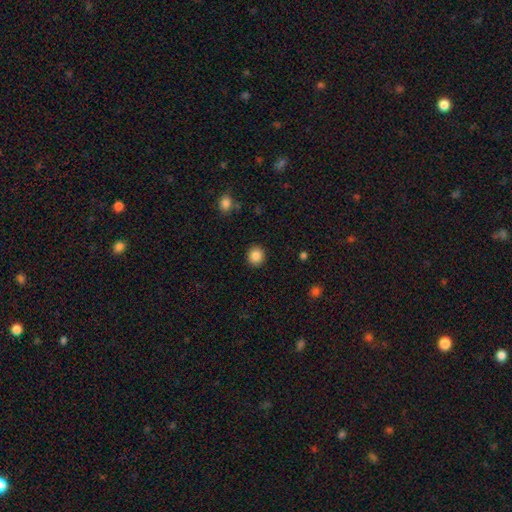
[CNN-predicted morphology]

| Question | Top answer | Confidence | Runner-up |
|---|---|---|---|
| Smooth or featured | smooth | 87% | star or artifact (9%) |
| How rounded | round | 88% | in between (11%) |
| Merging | none | 91% | minor disturbance (5%) |